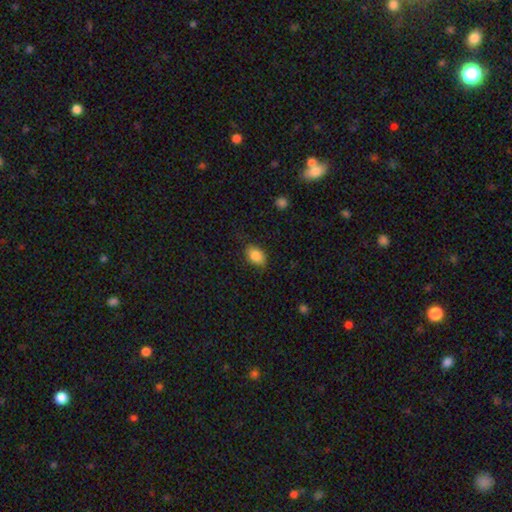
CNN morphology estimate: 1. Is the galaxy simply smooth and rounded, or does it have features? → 85% smooth, 8% star or artifact, 7% featured or disk.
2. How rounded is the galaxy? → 84% in between, 14% round, 2% cigar-shaped.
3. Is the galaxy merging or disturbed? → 78% none, 17% minor disturbance, 4% major disturbance, 1% merger.